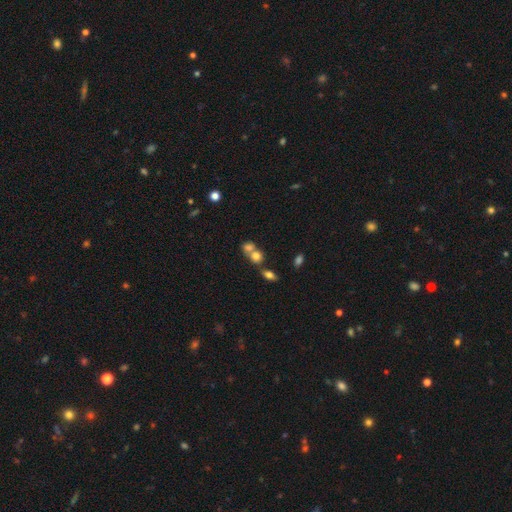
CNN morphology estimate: The model was most divided on "merging": merger: 56%, none: 33%, minor disturbance: 7%, major disturbance: 4%. More confident: smooth or featured — smooth (73%); how rounded — round (64%).